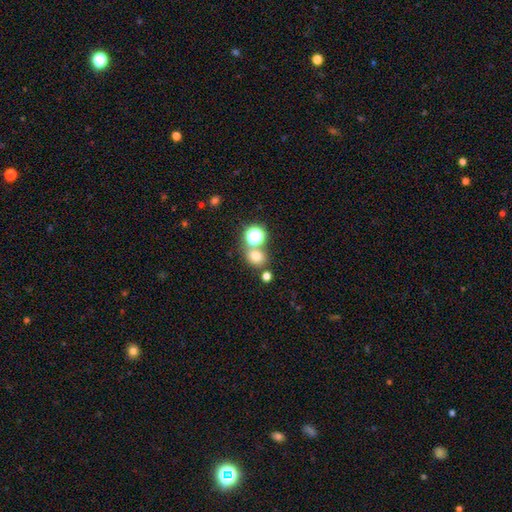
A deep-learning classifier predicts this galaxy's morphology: Smooth or featured: smooth — 71% (star or artifact — 21%)
How rounded: round — 72% (in between — 27%)
Merging: none — 66% (merger — 22%)